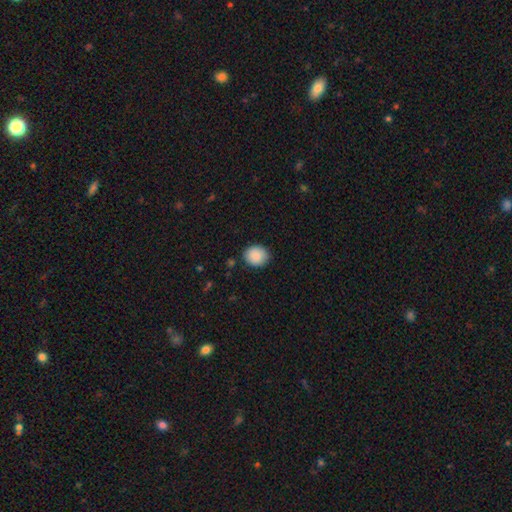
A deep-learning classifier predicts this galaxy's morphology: This is clearly a smooth galaxy (89%). How rounded: likely round (73%). Merging: clearly none (86%).